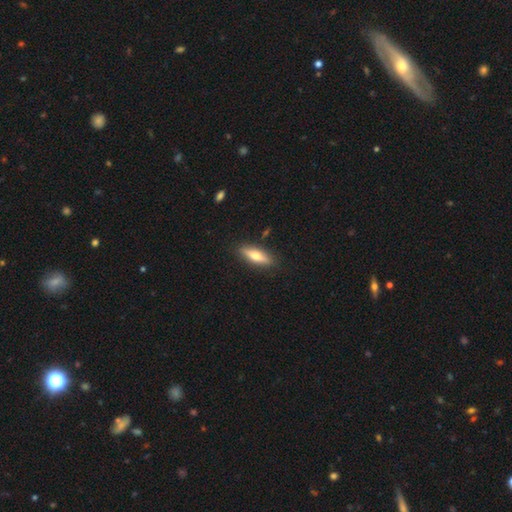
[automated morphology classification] This appears to be a smooth galaxy with no disk features (53%) that is cigar-shaped (54%). Merging: none (87%).